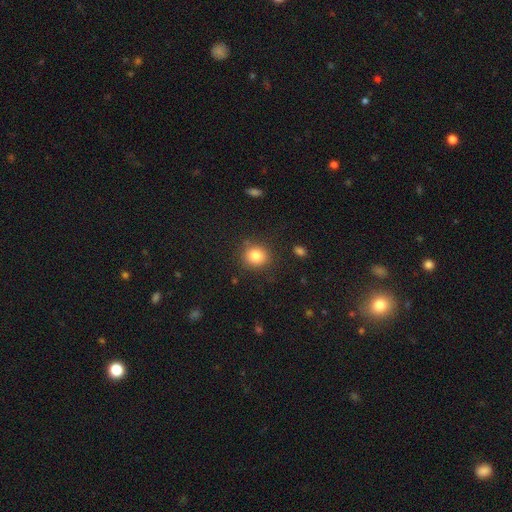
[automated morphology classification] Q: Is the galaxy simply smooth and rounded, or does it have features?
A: smooth — 83%.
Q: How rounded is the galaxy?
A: round — 82%.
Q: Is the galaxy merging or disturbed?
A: none — 84%.